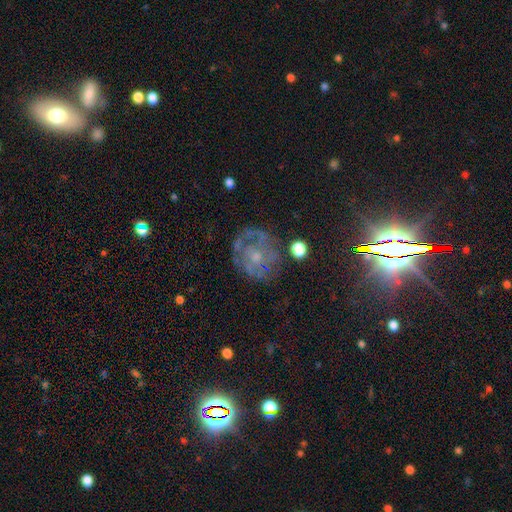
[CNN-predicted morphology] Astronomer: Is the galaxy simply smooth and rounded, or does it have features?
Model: featured or disk — 66%.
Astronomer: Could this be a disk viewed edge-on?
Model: no — 97%.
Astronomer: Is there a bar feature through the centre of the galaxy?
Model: no — 80%.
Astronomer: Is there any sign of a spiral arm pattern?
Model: yes — 65%.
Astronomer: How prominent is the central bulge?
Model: small — 52% (runner-up: moderate, 34%).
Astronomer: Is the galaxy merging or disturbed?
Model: none — 67%.